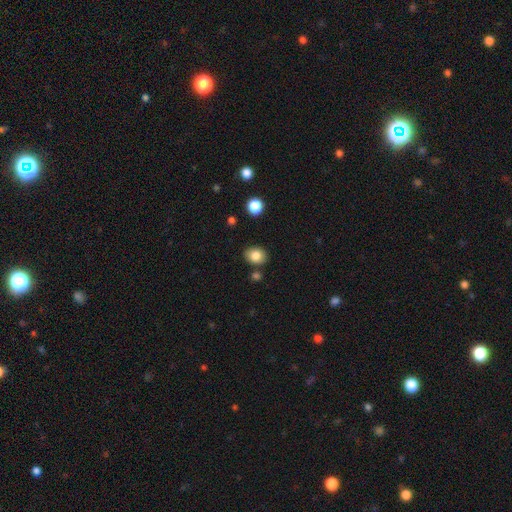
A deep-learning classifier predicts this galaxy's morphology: A smooth galaxy with no disk features (83%) that is in between round and cigar-shaped (55%).

Vote fractions:
- Smooth or featured? smooth: 83% / star or artifact: 9% / featured or disk: 8%
- How rounded? in between: 55% / round: 44% / cigar-shaped: 1%
- Merging? none: 82% / minor disturbance: 10% / merger: 5% / major disturbance: 3%